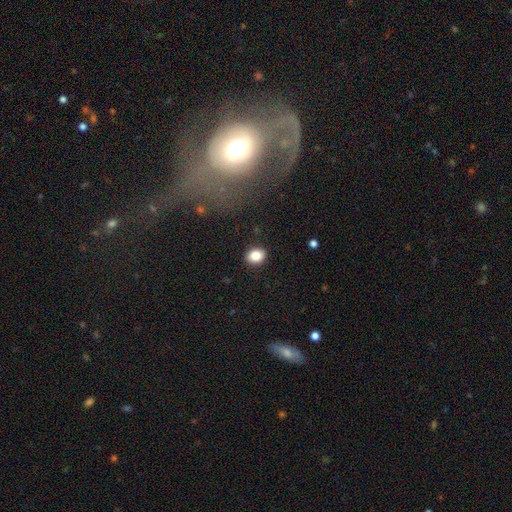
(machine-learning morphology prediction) A smooth galaxy with no disk features (84%) that is in between round and cigar-shaped (59%).

Vote fractions:
- Smooth or featured? smooth: 84% / star or artifact: 9% / featured or disk: 6%
- How rounded? in between: 59% / round: 40% / cigar-shaped: 1%
- Merging? none: 89% / minor disturbance: 8% / major disturbance: 2% / merger: 1%